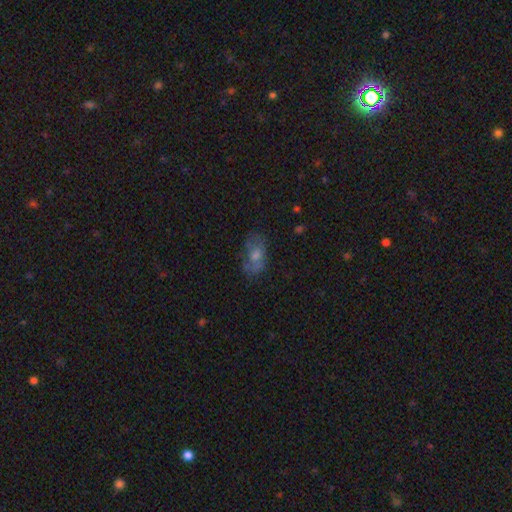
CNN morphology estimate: smooth 49%, featured or disk 35%, star or artifact 16%. Down the decision tree: merging — none (58%).